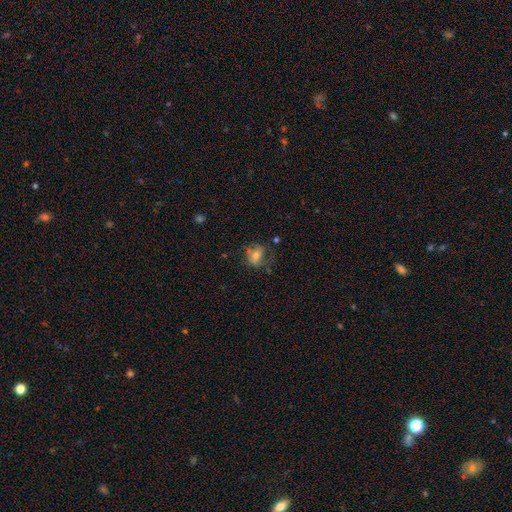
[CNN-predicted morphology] A smooth galaxy with no disk features (58%) that is round (52%).

Vote fractions:
- Smooth or featured? smooth: 58% / featured or disk: 29% / star or artifact: 12%
- How rounded? round: 52% / in between: 46% / cigar-shaped: 2%
- Merging? none: 55% / minor disturbance: 24% / major disturbance: 16% / merger: 5%